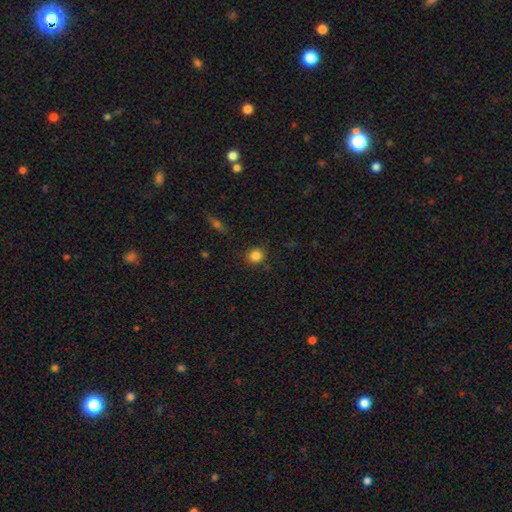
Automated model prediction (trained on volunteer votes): Smooth or featured?
  - smooth: 85% *
  - star or artifact: 10%
  - featured or disk: 5%
How rounded?
  - round: 84% *
  - in between: 15%
  - cigar-shaped: 1%
Merging?
  - none: 86% *
  - minor disturbance: 9%
  - major disturbance: 3%
  - merger: 2%